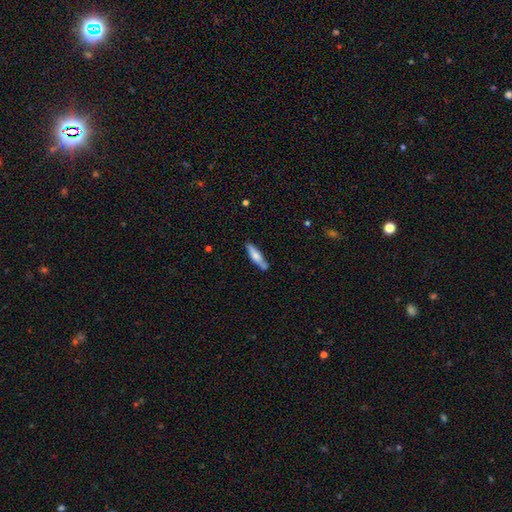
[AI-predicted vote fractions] smooth-or-featured: smooth: 64% | featured or disk: 30% | star or artifact: 6%
  how-rounded: cigar-shaped: 77% | in between: 21% | round: 2%
  merging: none: 78% | minor disturbance: 15% | merger: 5% | major disturbance: 3%